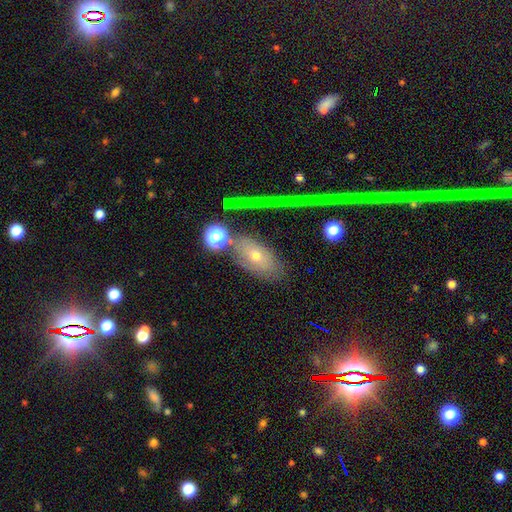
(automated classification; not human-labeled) Morphology: type=smooth (55%); roundness=in between (85%); merging=none (66%).